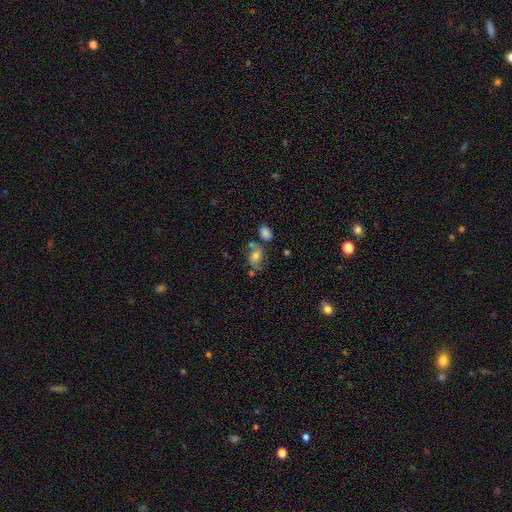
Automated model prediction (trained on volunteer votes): Smooth or featured? smooth (52%)
How rounded? in between (71%)
Merging? none (52%)